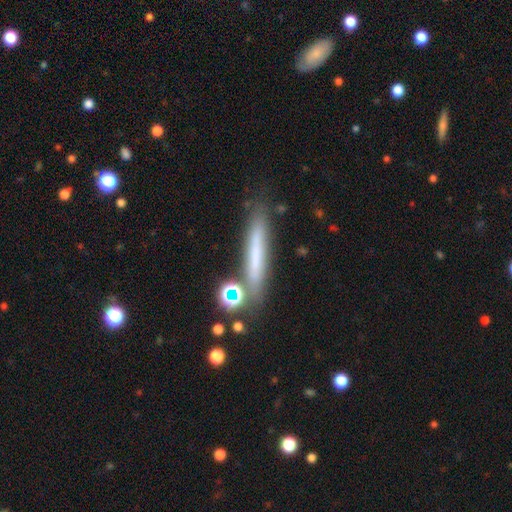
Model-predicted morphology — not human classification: Overall: smooth (52%; featured or disk 33%). How rounded: cigar-shaped (88%). Merging: none (68%).